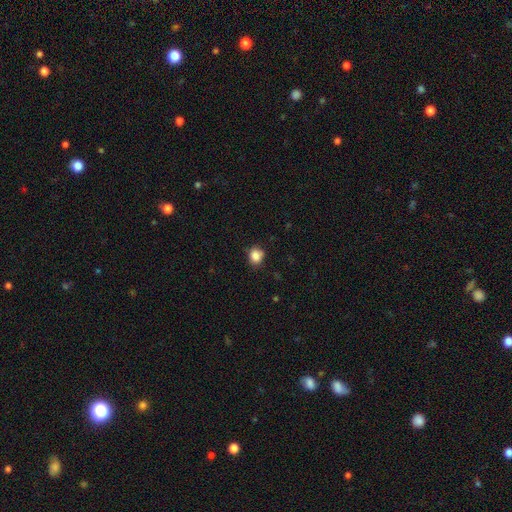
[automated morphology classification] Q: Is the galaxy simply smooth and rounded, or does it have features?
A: smooth — 85%.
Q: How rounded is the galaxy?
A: round — 72%.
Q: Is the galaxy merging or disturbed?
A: none — 74%.